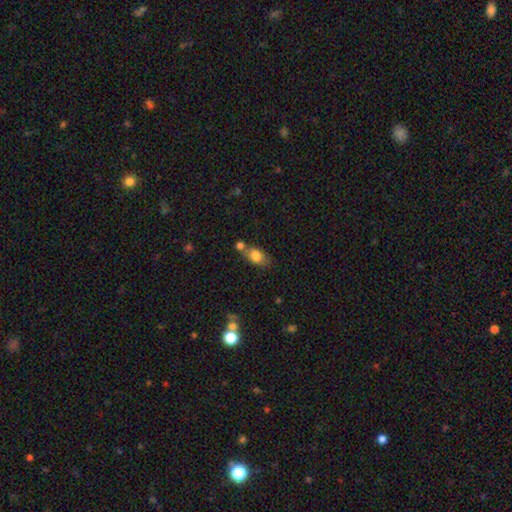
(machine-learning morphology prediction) The model was most divided on "merging": none: 51%, merger: 28%, minor disturbance: 16%, major disturbance: 5%. More confident: how rounded — in between (83%); smooth or featured — smooth (80%).